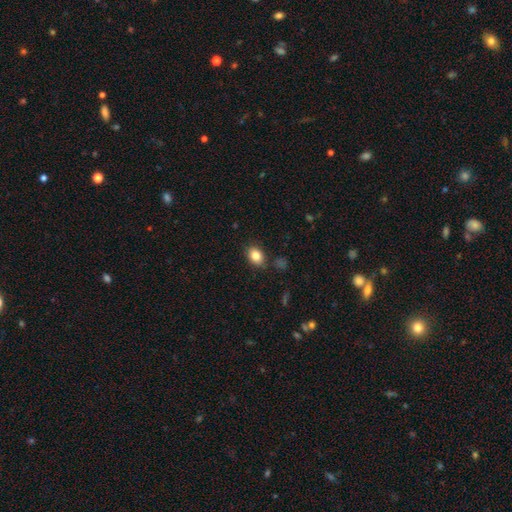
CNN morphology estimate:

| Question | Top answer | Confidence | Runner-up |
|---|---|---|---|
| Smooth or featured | smooth | 82% | star or artifact (10%) |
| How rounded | in between | 66% | round (33%) |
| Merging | none | 83% | minor disturbance (12%) |